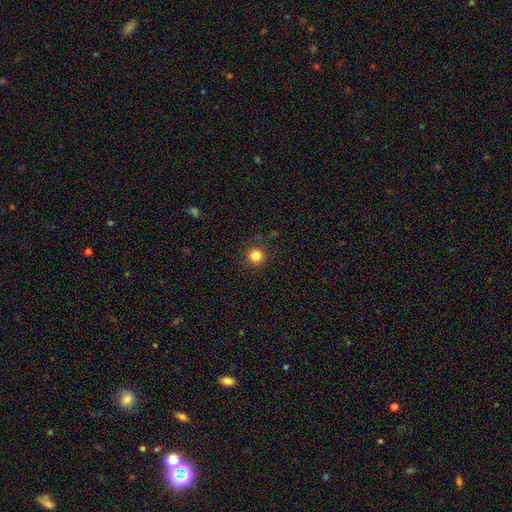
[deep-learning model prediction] smooth 83%, star or artifact 12%, featured or disk 5%. Down the decision tree: how rounded — round (95%); merging — none (91%).